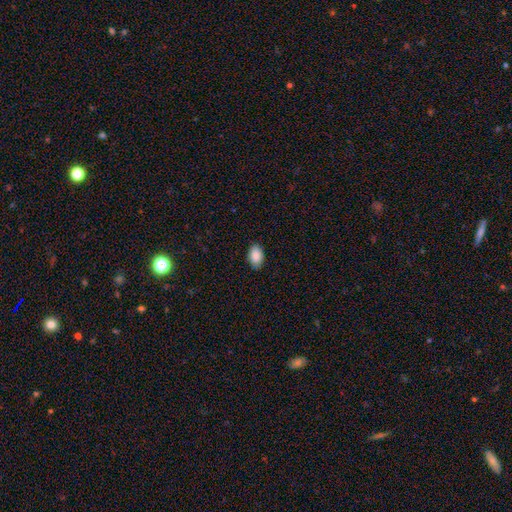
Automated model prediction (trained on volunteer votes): Overall: smooth (90%). How rounded: in between (91%). Merging: none (87%).